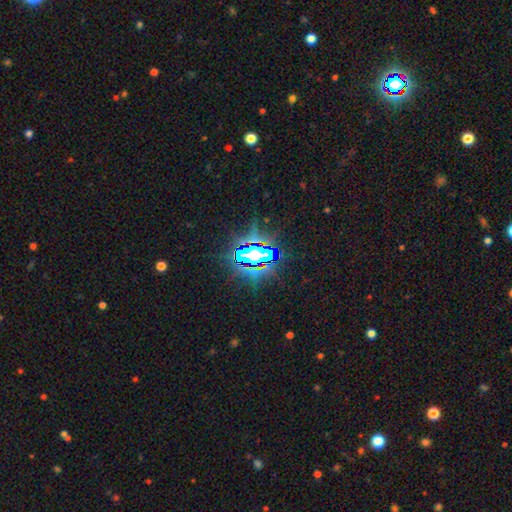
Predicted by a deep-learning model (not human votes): smooth-or-featured: star or artifact: 77% | smooth: 12% | featured or disk: 11%